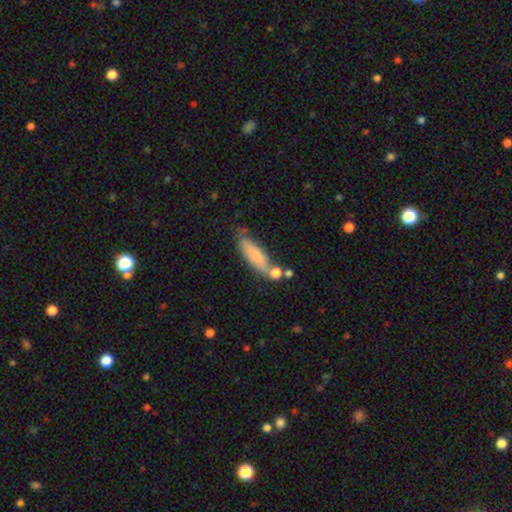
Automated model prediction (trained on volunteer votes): The model was most divided on "how rounded": cigar-shaped: 61%, in between: 37%, round: 2%. More confident: smooth or featured — smooth (76%); merging — none (58%).